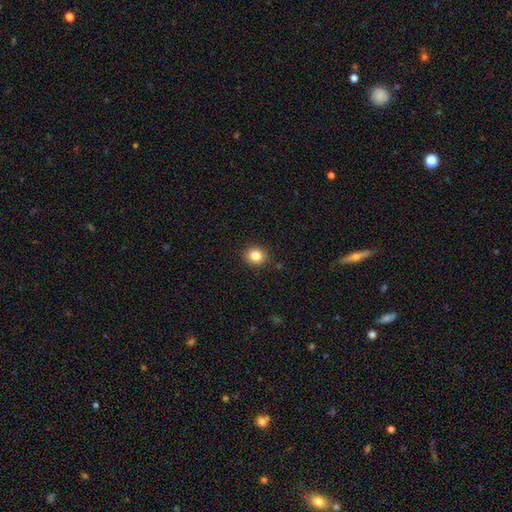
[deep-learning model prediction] Q: Smooth or featured?
A: smooth (83%); runner-up: star or artifact (10%)
Q: How rounded?
A: round (69%); runner-up: in between (31%)
Q: Merging?
A: none (90%); runner-up: minor disturbance (7%)